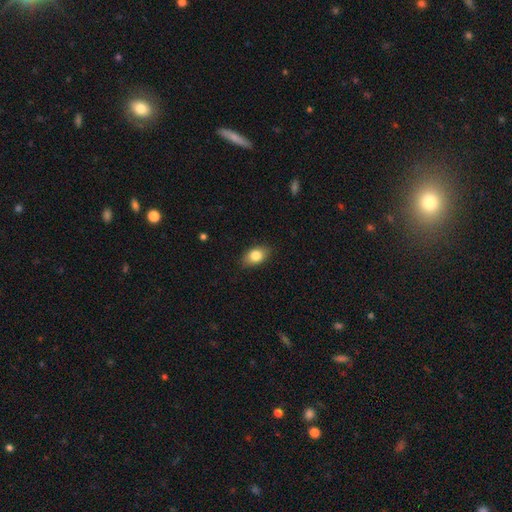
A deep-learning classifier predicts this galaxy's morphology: The model was most divided on "how rounded": in between: 84%, round: 14%, cigar-shaped: 2%. More confident: merging — none (86%); smooth or featured — smooth (83%).